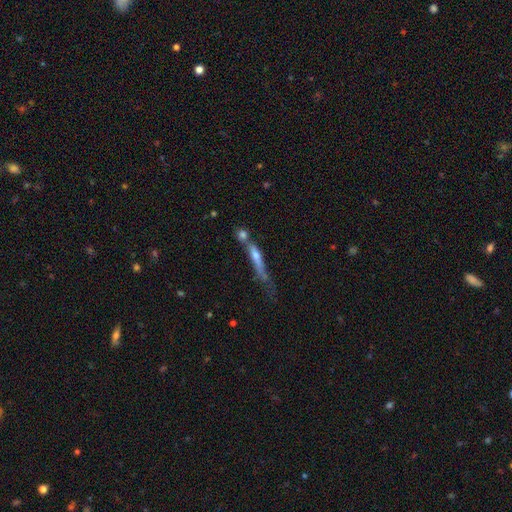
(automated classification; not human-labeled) Smooth or featured?
  - featured or disk: 59% *
  - smooth: 30%
  - star or artifact: 12%
Edge-on disk?
  - yes: 85% *
  - no: 15%
Merging?
  - none: 41% *
  - merger: 24%
  - minor disturbance: 20%
  - major disturbance: 15%